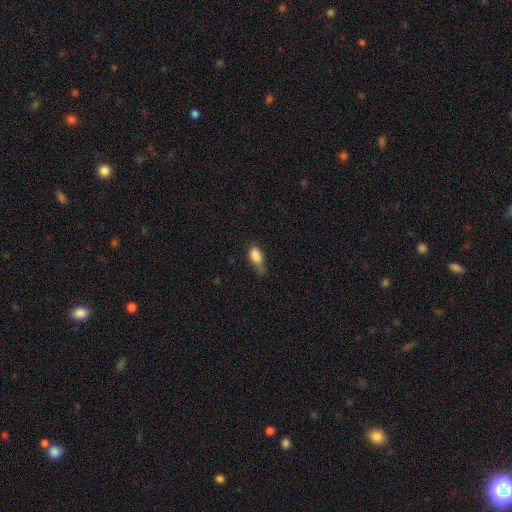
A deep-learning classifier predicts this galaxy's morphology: smooth-or-featured: smooth: 85% | star or artifact: 8% | featured or disk: 7%
  how-rounded: in between: 87% | cigar-shaped: 7% | round: 6%
  merging: minor disturbance: 41% | none: 38% | major disturbance: 17% | merger: 4%